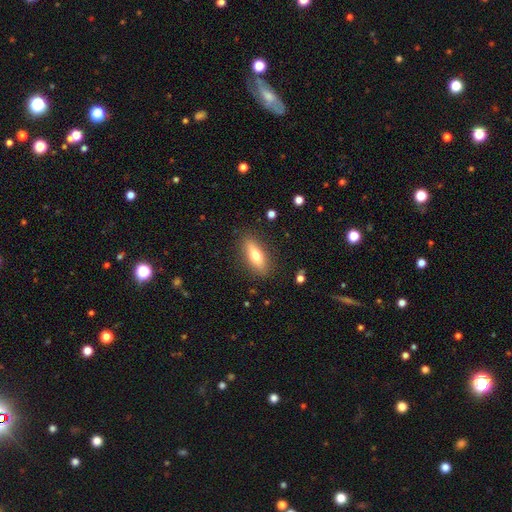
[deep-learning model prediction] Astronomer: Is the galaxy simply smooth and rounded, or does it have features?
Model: smooth — 66%.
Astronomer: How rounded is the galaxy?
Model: in between — 61% (runner-up: cigar-shaped, 36%).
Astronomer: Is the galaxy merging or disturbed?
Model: none — 85%.